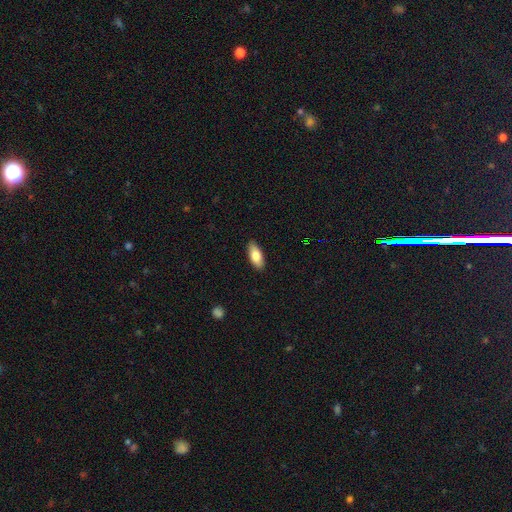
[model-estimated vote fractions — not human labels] This appears to be a smooth galaxy with no disk features (82%) that is in between round and cigar-shaped (84%). Merging: none (88%).